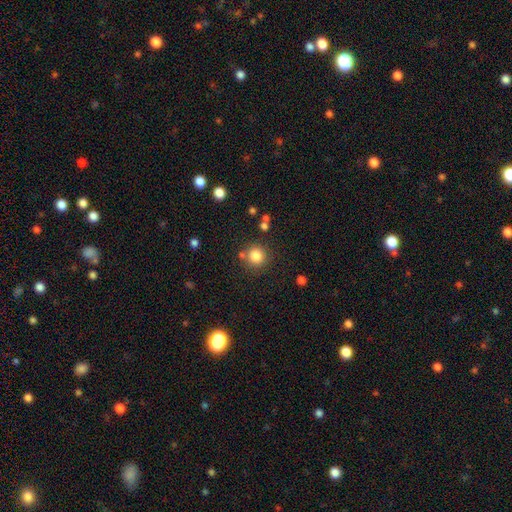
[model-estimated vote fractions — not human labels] Smooth or featured? smooth (83%)
How rounded? round (93%)
Merging? none (80%)